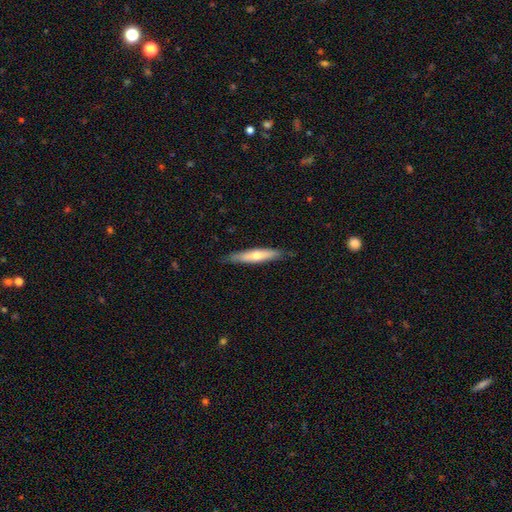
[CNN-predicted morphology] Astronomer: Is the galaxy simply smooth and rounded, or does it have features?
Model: smooth — 49% (runner-up: featured or disk, 45%).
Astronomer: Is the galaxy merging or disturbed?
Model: none — 83%.